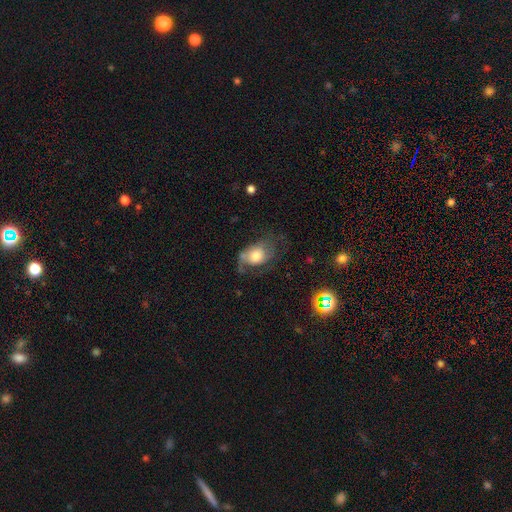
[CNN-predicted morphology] smooth-or-featured: featured or disk: 47% | smooth: 45% | star or artifact: 9%
  merging: none: 40% | major disturbance: 31% | minor disturbance: 26% | merger: 3%